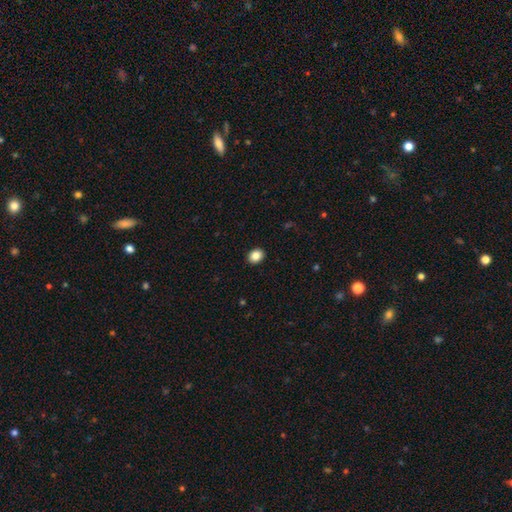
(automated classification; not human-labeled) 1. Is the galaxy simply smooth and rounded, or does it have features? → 86% smooth, 9% star or artifact, 4% featured or disk.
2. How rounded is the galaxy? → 52% round, 47% in between, 1% cigar-shaped.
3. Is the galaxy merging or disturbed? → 92% none, 6% minor disturbance, 2% major disturbance, 1% merger.